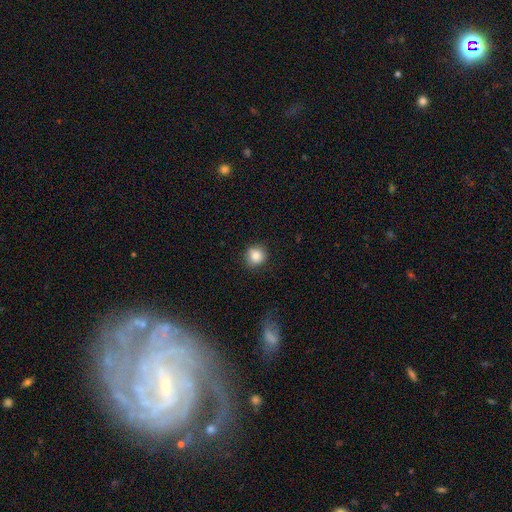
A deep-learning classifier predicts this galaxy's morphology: Smooth or featured: smooth — 85% (star or artifact — 10%)
How rounded: round — 89% (in between — 10%)
Merging: none — 85% (minor disturbance — 11%)